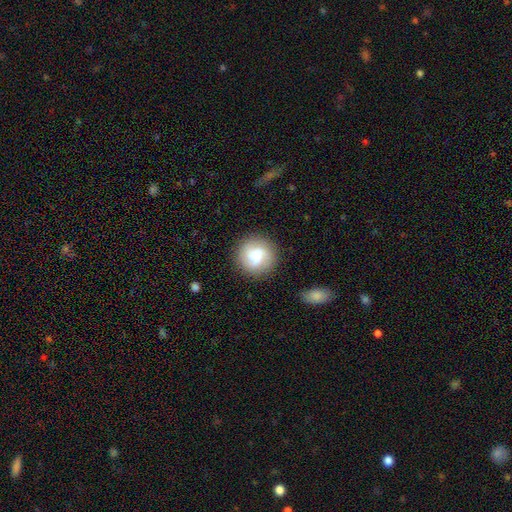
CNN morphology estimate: Q: Smooth or featured?
A: smooth (49%); runner-up: featured or disk (43%)
Q: Merging?
A: none (83%); runner-up: minor disturbance (11%)